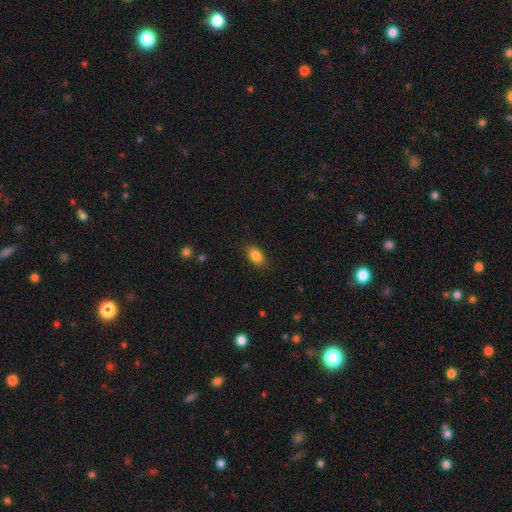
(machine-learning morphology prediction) smooth 86%, star or artifact 9%, featured or disk 5%. Down the decision tree: how rounded — in between (85%); merging — none (85%).